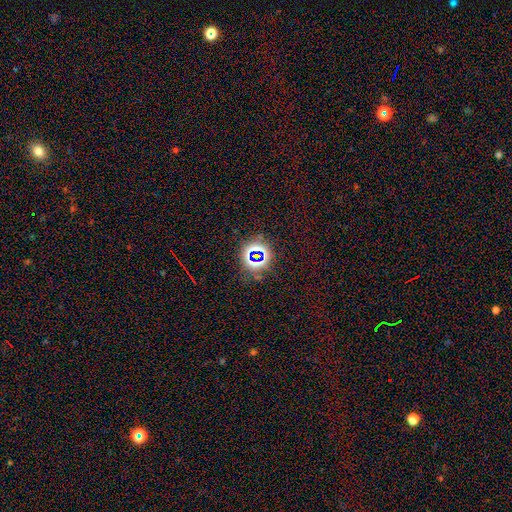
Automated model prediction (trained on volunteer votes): Morphology: type=star or artifact (73%).